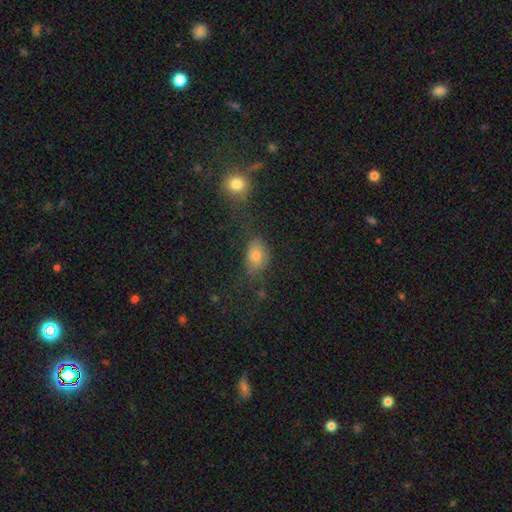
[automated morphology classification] smooth_or_featured: smooth (p=0.76) [alt: star or artifact p=0.13]
how_rounded: in between (p=0.76) [alt: round p=0.22]
merging: none (p=0.59) [alt: minor disturbance p=0.21]